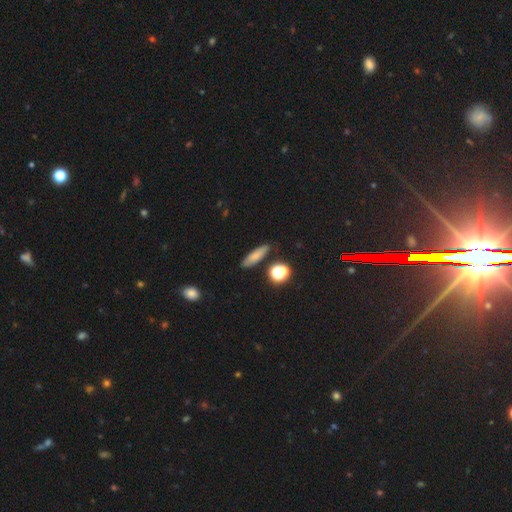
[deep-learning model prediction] Smooth or featured: smooth — 71% (featured or disk — 17%)
How rounded: cigar-shaped — 56% (in between — 35%)
Merging: none — 81% (minor disturbance — 13%)